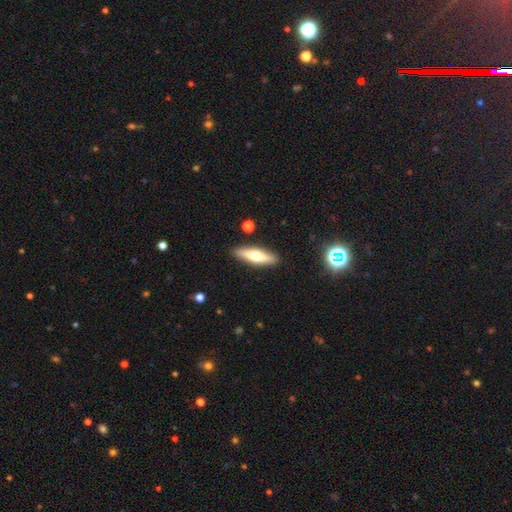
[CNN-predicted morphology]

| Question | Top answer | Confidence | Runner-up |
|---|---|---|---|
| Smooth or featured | smooth | 53% | featured or disk (41%) |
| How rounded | cigar-shaped | 60% | in between (37%) |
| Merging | none | 89% | minor disturbance (8%) |